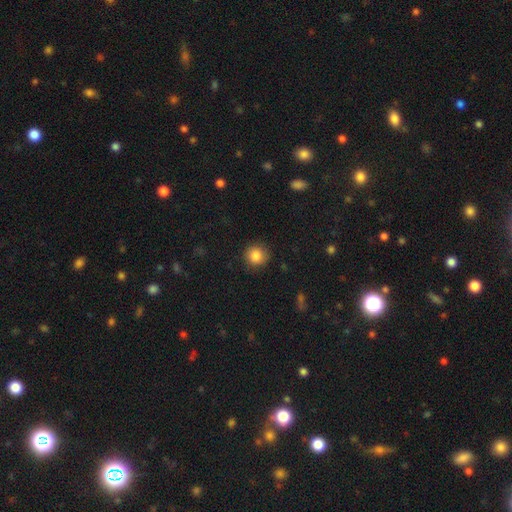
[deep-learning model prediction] smooth_or_featured: smooth (p=0.86) [alt: star or artifact p=0.09]
how_rounded: round (p=0.91) [alt: in between p=0.08]
merging: none (p=0.86) [alt: minor disturbance p=0.10]